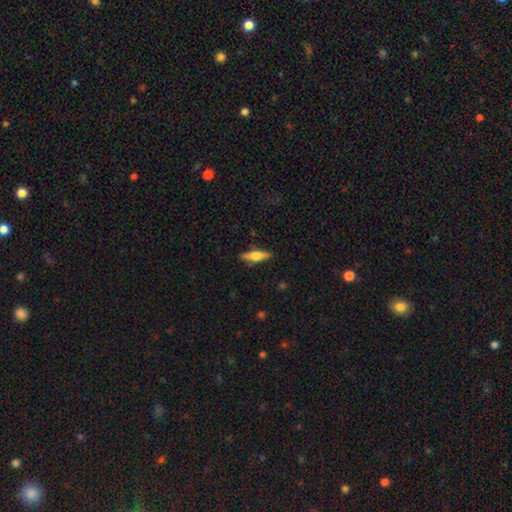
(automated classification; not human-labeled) Q: Smooth or featured?
A: smooth (54%); runner-up: featured or disk (40%)
Q: How rounded?
A: cigar-shaped (60%); runner-up: in between (38%)
Q: Merging?
A: none (86%); runner-up: minor disturbance (11%)